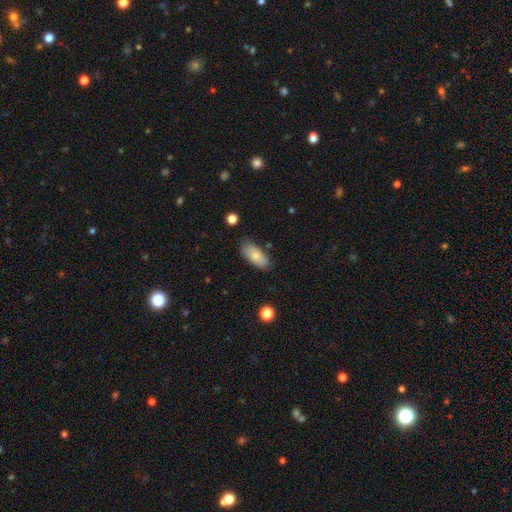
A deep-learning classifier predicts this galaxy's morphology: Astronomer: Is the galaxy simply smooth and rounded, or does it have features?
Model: smooth — 81%.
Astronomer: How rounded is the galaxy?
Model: in between — 87%.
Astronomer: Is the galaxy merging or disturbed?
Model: none — 77%.